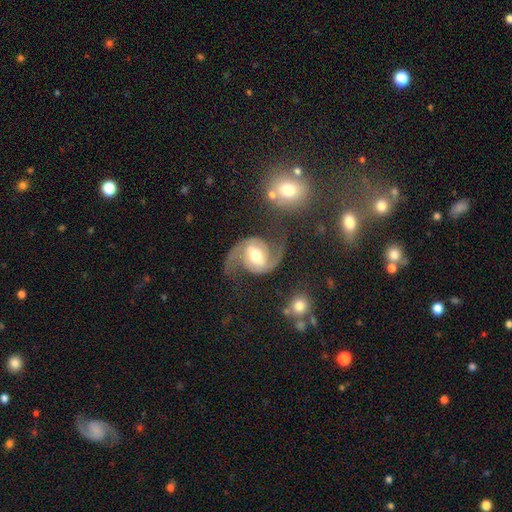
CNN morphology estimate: Smooth or featured? Predicted: featured or disk (p=0.91). Edge-on disk? Predicted: no (p=0.98). Bar? Predicted: weak (p=0.44). Spiral arms? Predicted: yes (p=0.98). Spiral winding? Predicted: medium (p=0.51). Spiral arm count? Predicted: 2 (p=0.94). Bulge size? Predicted: moderate (p=0.65). Merging? Predicted: none (p=0.71).